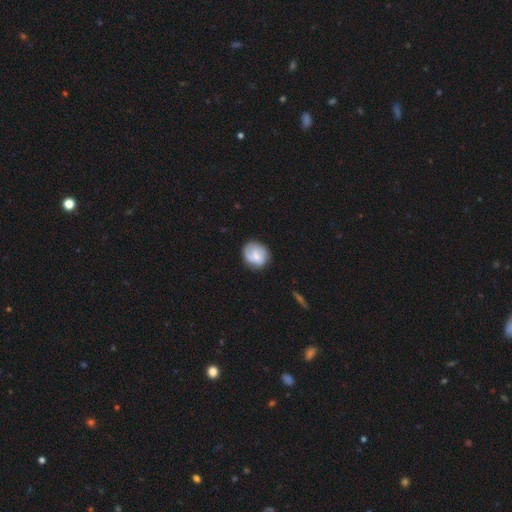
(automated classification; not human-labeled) A smooth galaxy with no disk features (56%) that is round (76%).

Vote fractions:
- Smooth or featured? smooth: 56% / featured or disk: 38% / star or artifact: 7%
- How rounded? round: 76% / in between: 23% / cigar-shaped: 1%
- Merging? none: 74% / minor disturbance: 19% / major disturbance: 5% / merger: 1%